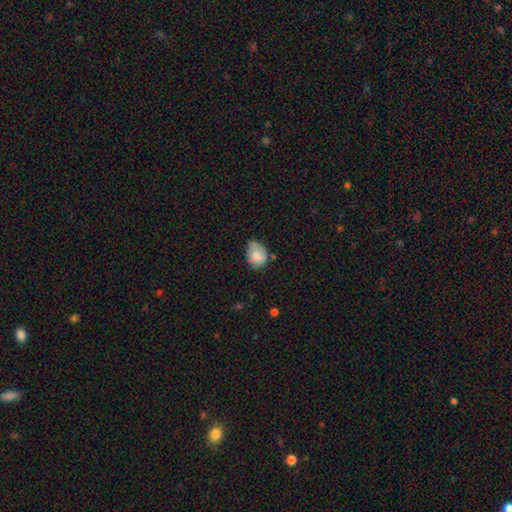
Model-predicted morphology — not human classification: This is likely a smooth galaxy (74%). How rounded: likely in between (69%). Merging: marginally none (44%).